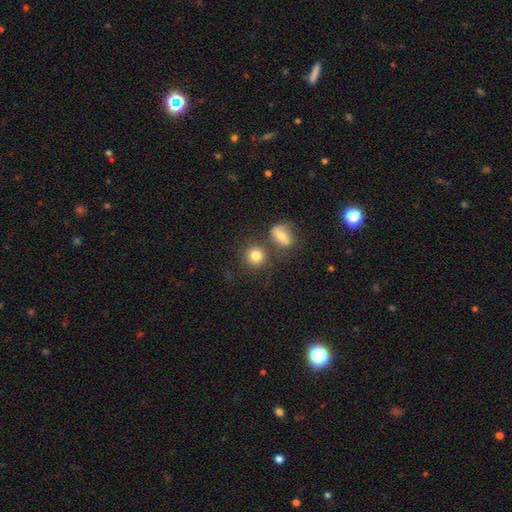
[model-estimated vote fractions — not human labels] smooth_or_featured: smooth (p=0.80) [alt: star or artifact p=0.10]
how_rounded: round (p=0.87) [alt: in between p=0.12]
merging: none (p=0.70) [alt: merger p=0.17]